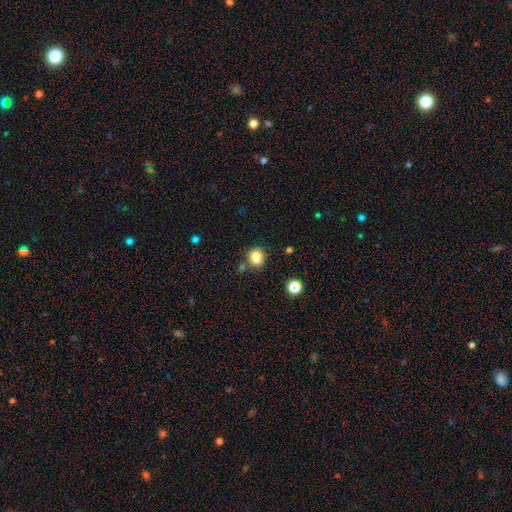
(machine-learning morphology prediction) Smooth or featured? Predicted: smooth (p=0.82). How rounded? Predicted: round (p=0.59). Merging? Predicted: none (p=0.66).